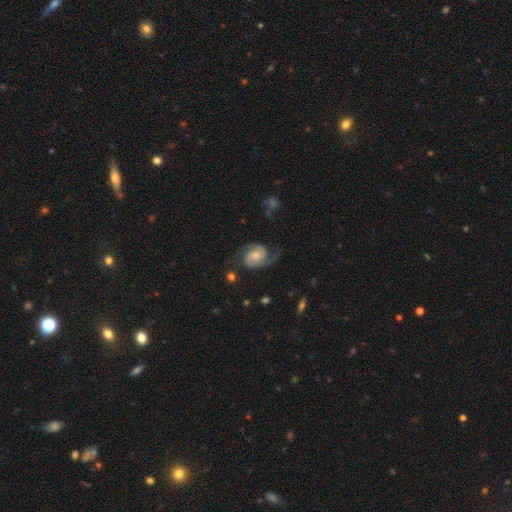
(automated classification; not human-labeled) Smooth or featured: featured or disk — 80% (smooth — 13%)
Edge-on disk: no — 98% (yes — 2%)
Bar: no — 58% (weak — 34%)
Spiral arms: yes — 96% (no — 4%)
Spiral winding: medium — 48% (loose — 28%)
Spiral arm count: 2 — 84% (1 — 6%)
Bulge size: small — 46% (moderate — 40%)
Merging: none — 62% (minor disturbance — 20%)